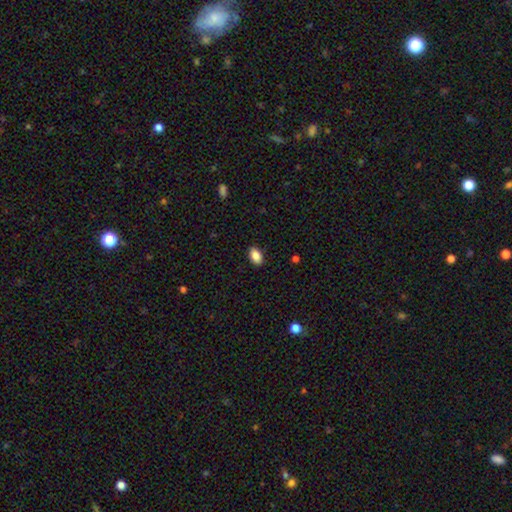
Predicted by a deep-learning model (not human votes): Smooth or featured? smooth (87%)
How rounded? in between (91%)
Merging? none (89%)